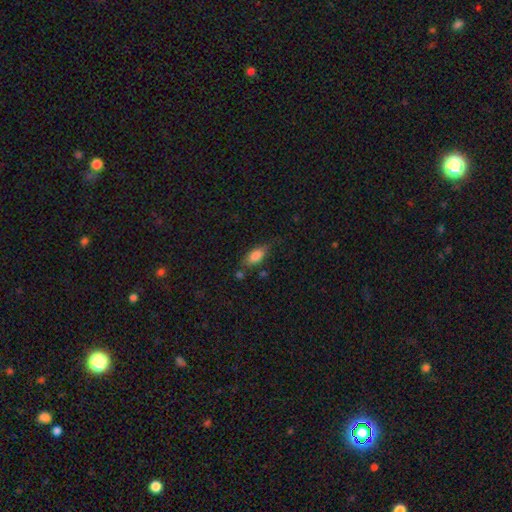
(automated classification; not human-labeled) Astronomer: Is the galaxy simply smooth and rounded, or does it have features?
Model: smooth — 77%.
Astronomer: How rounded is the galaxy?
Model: in between — 80%.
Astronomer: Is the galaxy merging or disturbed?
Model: none — 61%.